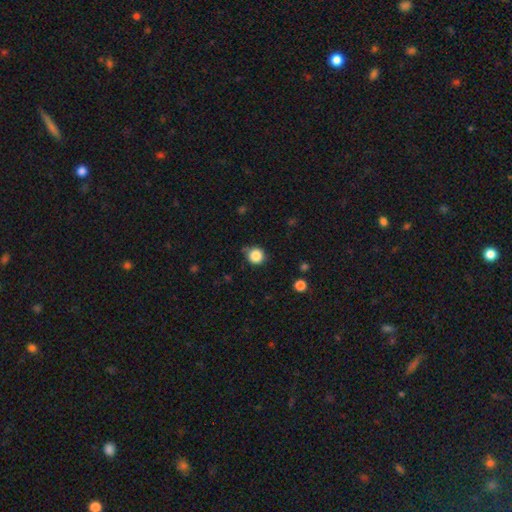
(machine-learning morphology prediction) type=smooth (85%); roundness=round (93%); merging=none (79%).